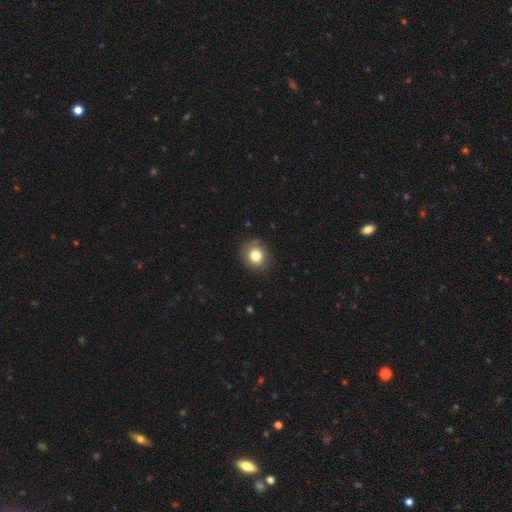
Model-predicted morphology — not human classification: A smooth galaxy with no disk features (80%) that is round (79%). Merging: none (83%).